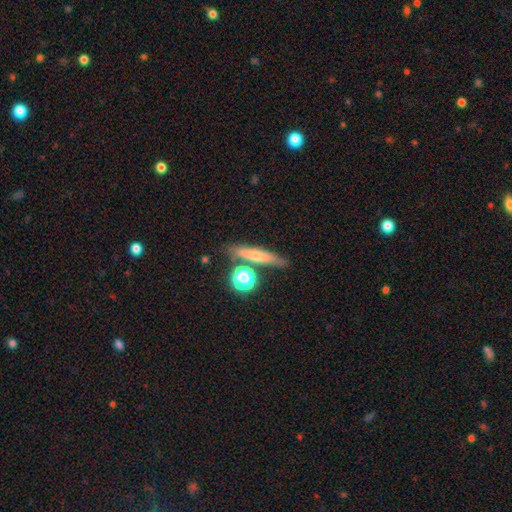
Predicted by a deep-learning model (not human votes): This appears to be a smooth galaxy with no disk features (48%). Merging: none (74%).